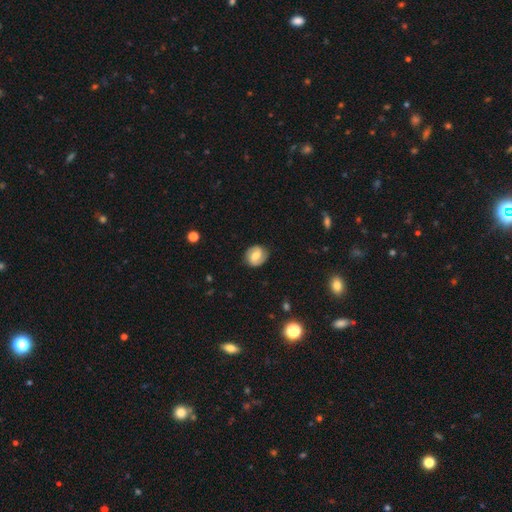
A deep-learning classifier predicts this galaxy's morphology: Smooth or featured? featured or disk (48%)
Merging? none (82%)